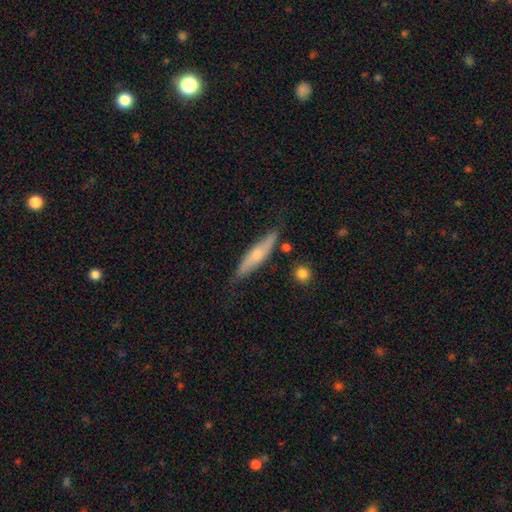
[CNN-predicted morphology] Smooth or featured? Predicted: featured or disk (p=0.49). Merging? Predicted: none (p=0.77).